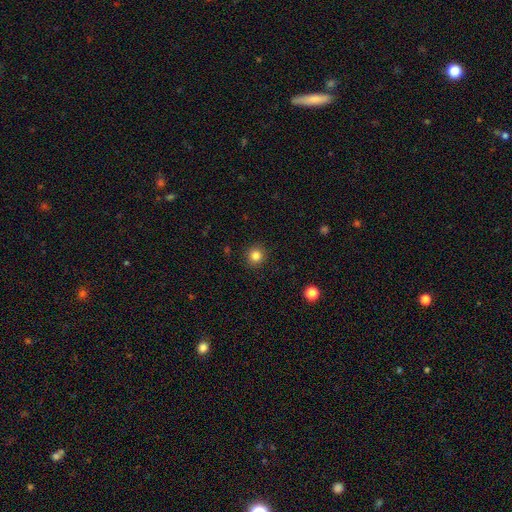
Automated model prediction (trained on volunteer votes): smooth_or_featured: smooth (p=0.83) [alt: star or artifact p=0.12]
how_rounded: round (p=0.93) [alt: in between p=0.06]
merging: none (p=0.92) [alt: minor disturbance p=0.05]